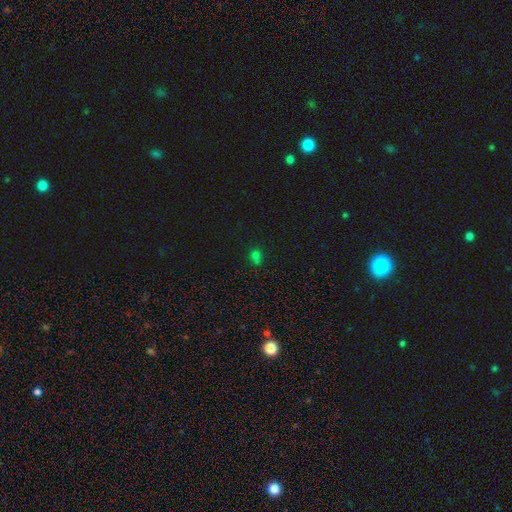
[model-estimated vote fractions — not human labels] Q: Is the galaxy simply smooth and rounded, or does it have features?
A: smooth — 67%.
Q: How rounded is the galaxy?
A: in between — 50%.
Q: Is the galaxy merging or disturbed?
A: none — 71%.